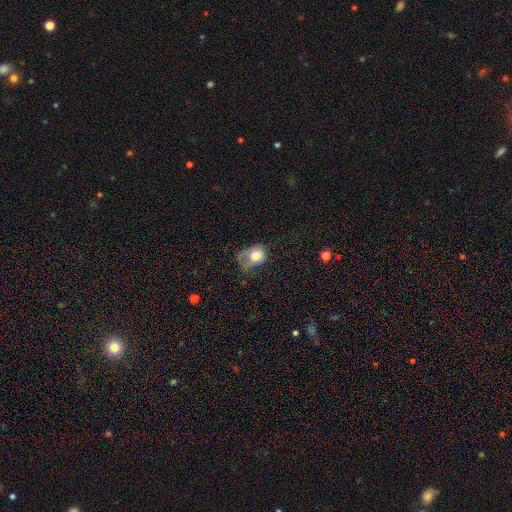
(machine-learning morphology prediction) This appears to be a smooth galaxy with no disk features (68%) that is in between round and cigar-shaped (53%). Merging: major disturbance (46%).